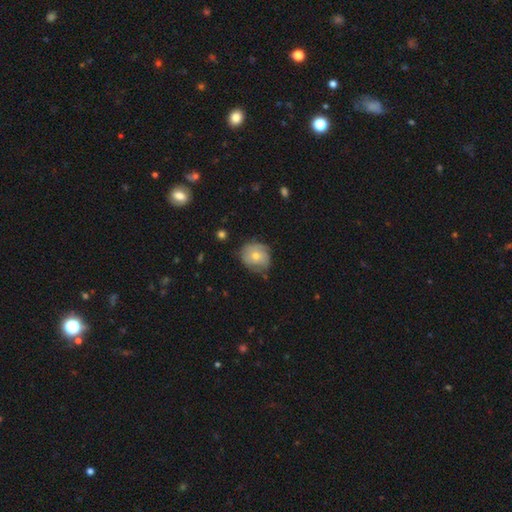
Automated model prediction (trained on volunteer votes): smooth 51%, featured or disk 41%, star or artifact 8%. Down the decision tree: how rounded — round (75%); merging — none (65%).